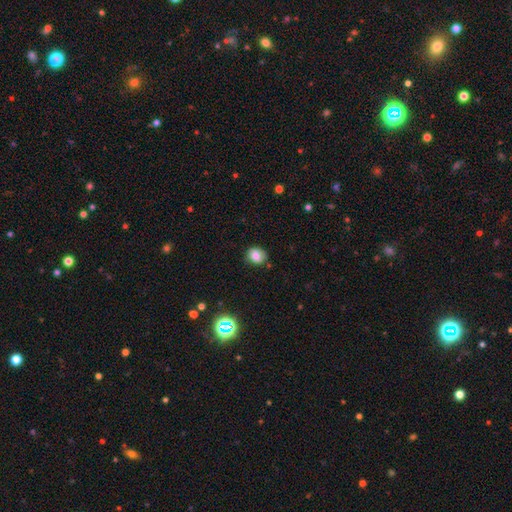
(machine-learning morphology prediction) Overall: smooth (76%). How rounded: round (65%; in between 34%). Merging: none (77%).